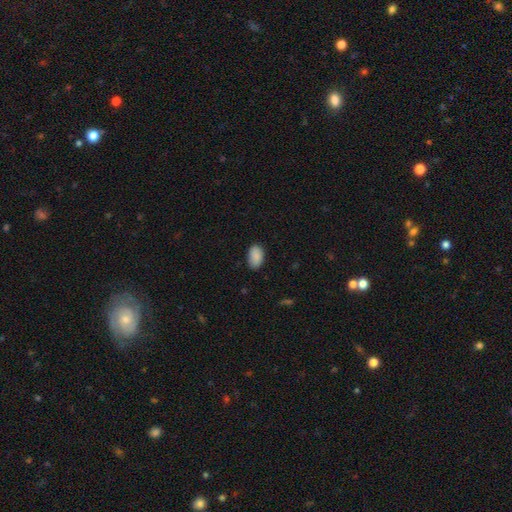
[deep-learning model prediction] smooth_or_featured: smooth (p=0.90) [alt: star or artifact p=0.07]
how_rounded: in between (p=0.92) [alt: round p=0.07]
merging: none (p=0.84) [alt: minor disturbance p=0.13]